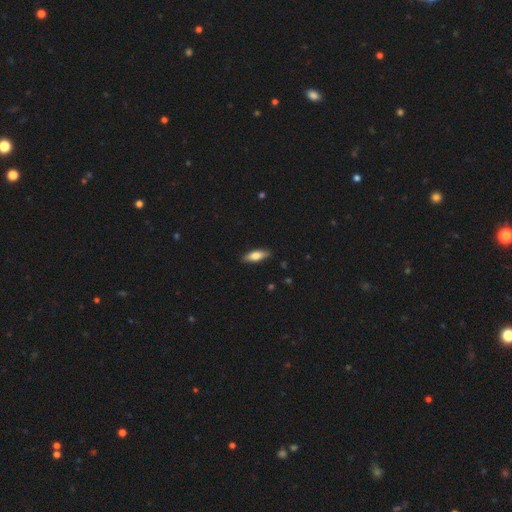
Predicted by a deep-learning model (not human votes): A smooth galaxy with no disk features (74%) that is in between round and cigar-shaped (64%). Merging: none (88%).